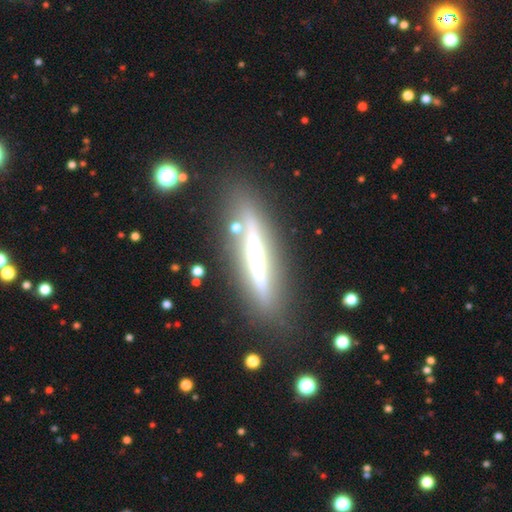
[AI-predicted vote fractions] A featured or disk galaxy (71%) viewed edge-on (92%) with no central bulge (47%).

Vote fractions:
- Smooth or featured? featured or disk: 71% / smooth: 20% / star or artifact: 9%
- Edge-on disk? yes: 92% / no: 8%
- Edge-on bulge? none: 47% / rounded: 41% / boxy: 12%
- Merging? none: 83% / minor disturbance: 11% / major disturbance: 4% / merger: 3%